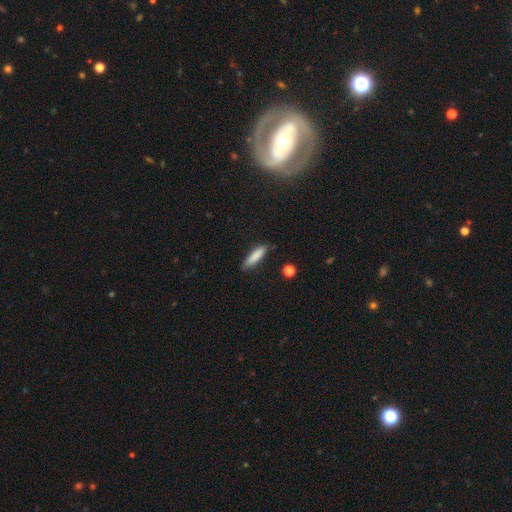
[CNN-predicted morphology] The model was most divided on "how rounded": cigar-shaped: 76%, in between: 23%, round: 2%. More confident: smooth or featured — smooth (83%); merging — none (80%).